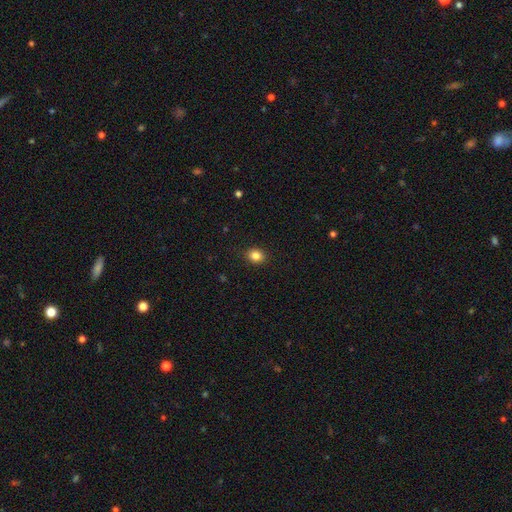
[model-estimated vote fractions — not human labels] Morphology: type=smooth (84%); roundness=round (65%); merging=none (90%).